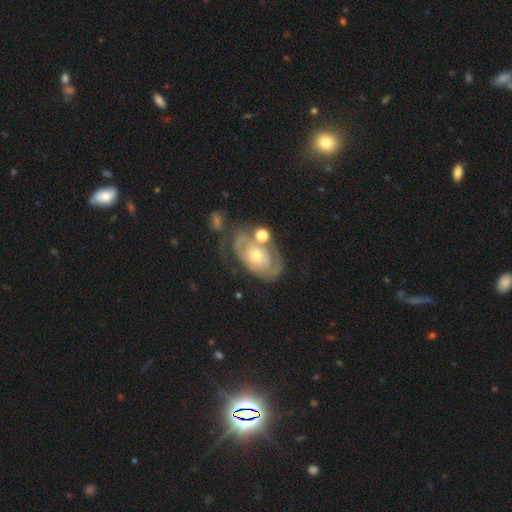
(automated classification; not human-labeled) This is likely a featured or disk galaxy (77%). It is clearly not viewed edge-on (95%). Bar: clearly no (80%). Spiral arm pattern: likely yes (79%). Spiral arm count: marginally 2 (44%). Spiral winding: likely tight (65%). Central bulge: possibly moderate (55%). Merging: possibly none (51%).